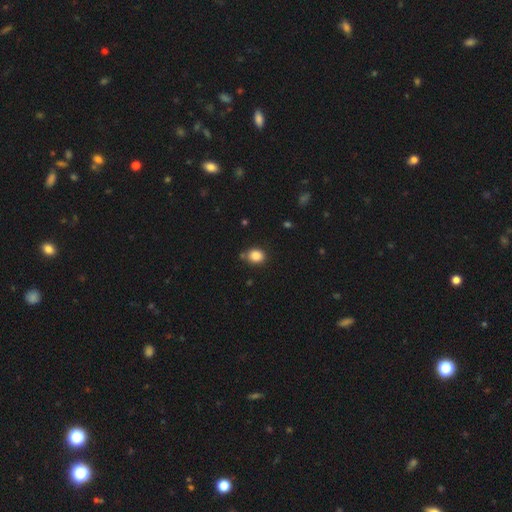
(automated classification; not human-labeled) The model was most divided on "how rounded": round: 61%, in between: 38%, cigar-shaped: 1%. More confident: smooth or featured — smooth (86%); merging — none (76%).